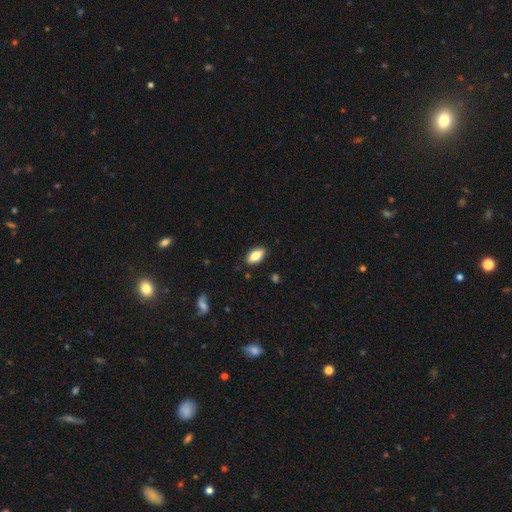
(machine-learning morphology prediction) Smooth or featured?
  - smooth: 80% *
  - featured or disk: 13%
  - star or artifact: 7%
How rounded?
  - in between: 89% *
  - cigar-shaped: 8%
  - round: 3%
Merging?
  - none: 87% *
  - minor disturbance: 10%
  - major disturbance: 2%
  - merger: 1%